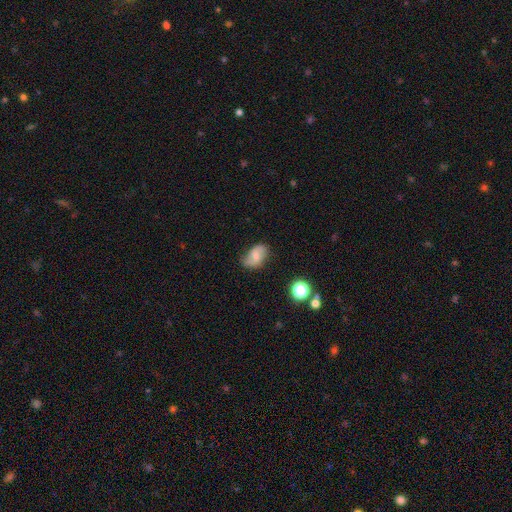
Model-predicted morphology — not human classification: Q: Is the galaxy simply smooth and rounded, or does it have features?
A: smooth — 49%.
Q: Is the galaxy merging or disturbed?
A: none — 70%.